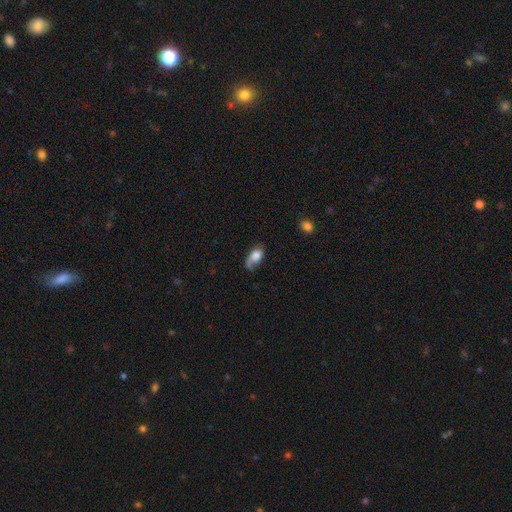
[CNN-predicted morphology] Smooth or featured?
  - smooth: 65% *
  - featured or disk: 27%
  - star or artifact: 8%
How rounded?
  - in between: 86% *
  - round: 10%
  - cigar-shaped: 3%
Merging?
  - none: 39% *
  - minor disturbance: 32%
  - major disturbance: 25%
  - merger: 4%